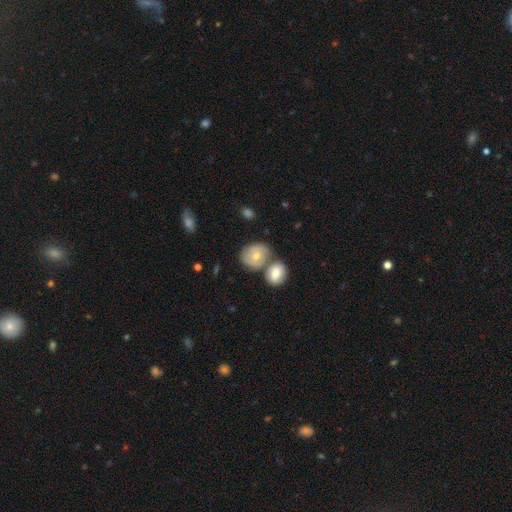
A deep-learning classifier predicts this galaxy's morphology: Smooth or featured? smooth (56%)
How rounded? round (63%)
Merging? none (47%)